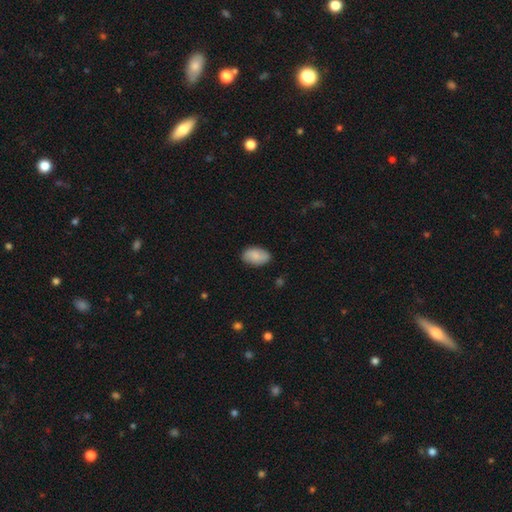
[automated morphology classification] Smooth or featured: smooth — 82% (featured or disk — 12%)
How rounded: in between — 93% (round — 6%)
Merging: none — 83% (minor disturbance — 14%)